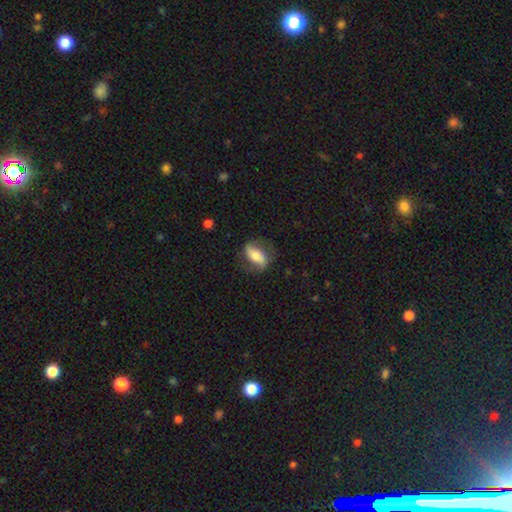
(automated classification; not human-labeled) A featured or disk galaxy (52%). Merging: none (71%).